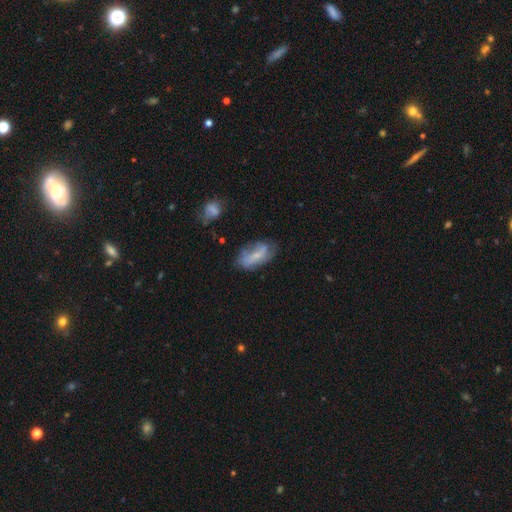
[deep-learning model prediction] The model was most divided on "smooth or featured": featured or disk: 51%, smooth: 41%, star or artifact: 8%. More confident: edge-on disk — no (90%); merging — none (57%).